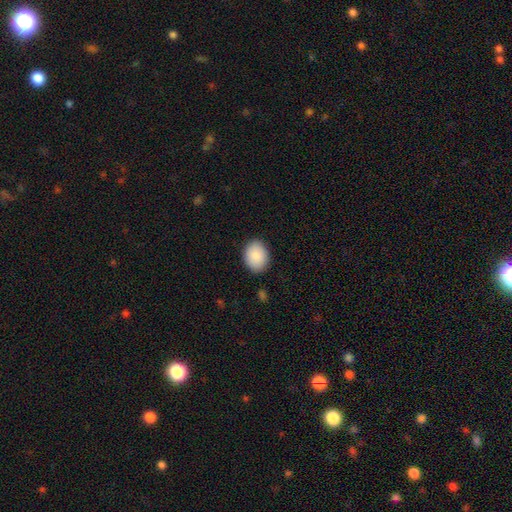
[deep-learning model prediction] Overall: smooth (90%). How rounded: in between (65%; round 34%). Merging: none (87%).